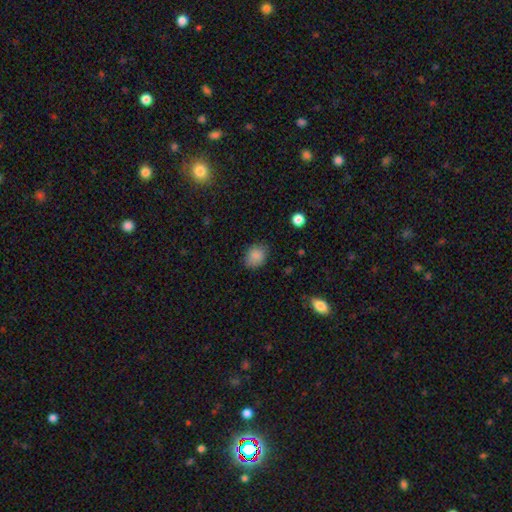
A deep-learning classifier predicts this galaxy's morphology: smooth_or_featured: smooth (p=0.86) [alt: star or artifact p=0.09]
how_rounded: in between (p=0.52) [alt: round p=0.47]
merging: none (p=0.77) [alt: minor disturbance p=0.18]